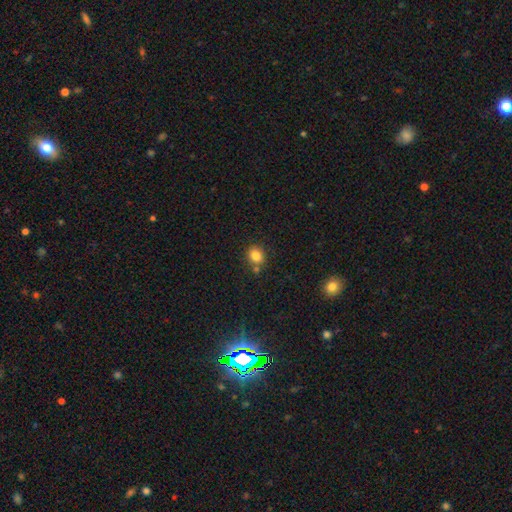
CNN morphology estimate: Q: Smooth or featured?
A: smooth (82%); runner-up: star or artifact (11%)
Q: How rounded?
A: round (64%); runner-up: in between (35%)
Q: Merging?
A: none (69%); runner-up: merger (15%)